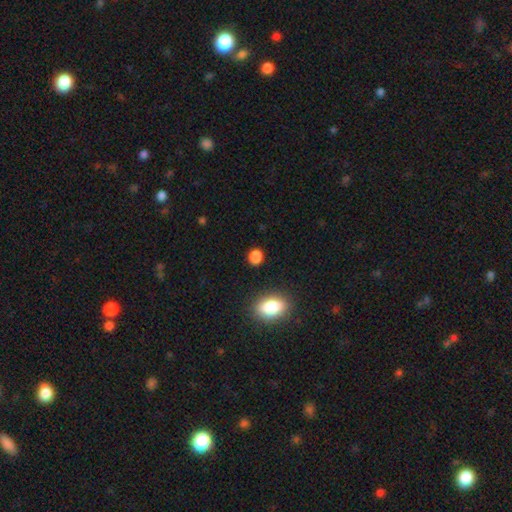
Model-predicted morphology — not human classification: A smooth galaxy with no disk features (84%) that is round (66%). Merging: none (85%).